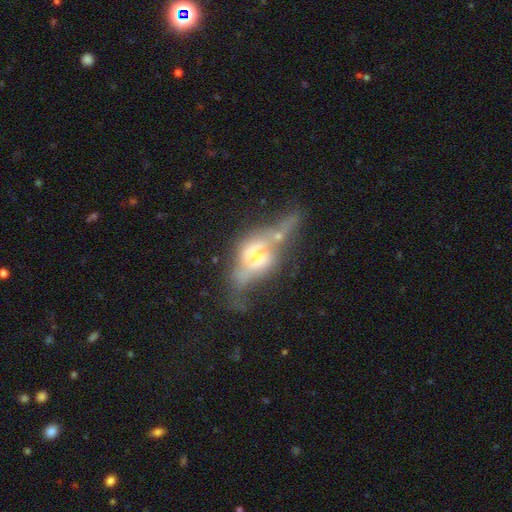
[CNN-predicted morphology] smooth_or_featured: featured or disk (p=0.71) [alt: smooth p=0.21]
disk_edge_on: no (p=0.51) [alt: yes p=0.49]
merging: major disturbance (p=0.30) [tied with: none p=0.30]